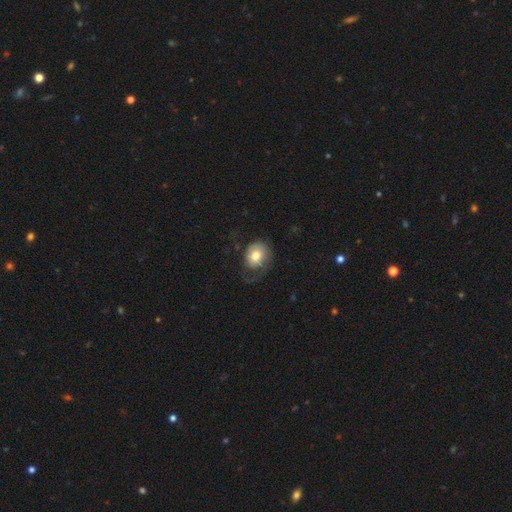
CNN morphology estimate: smooth 70%, featured or disk 23%, star or artifact 7%. Down the decision tree: how rounded — round (53%); merging — none (42%).